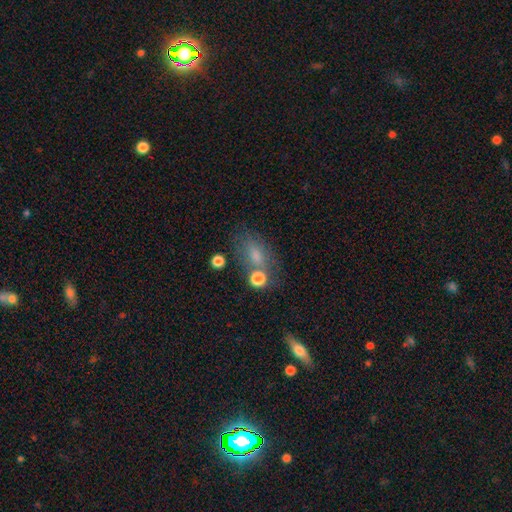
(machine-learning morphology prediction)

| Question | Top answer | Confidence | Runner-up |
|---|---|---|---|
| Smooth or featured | smooth | 60% | featured or disk (22%) |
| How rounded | in between | 76% | round (18%) |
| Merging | none | 60% | minor disturbance (18%) |